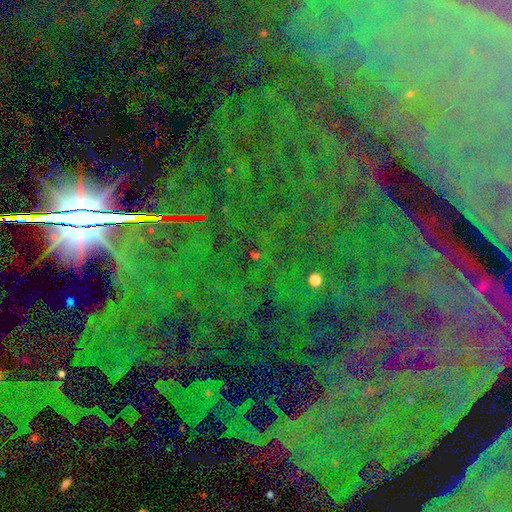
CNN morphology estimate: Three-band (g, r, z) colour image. It shows a star or artifact, not a galaxy (82%).